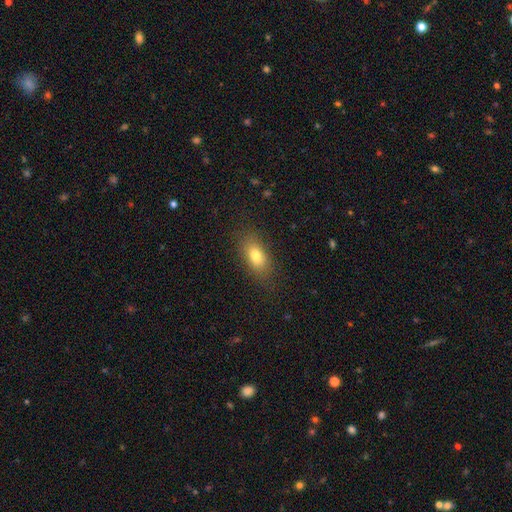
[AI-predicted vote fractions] smooth_or_featured: smooth (p=0.78) [alt: featured or disk p=0.13]
how_rounded: in between (p=0.83) [alt: round p=0.09]
merging: none (p=0.80) [alt: minor disturbance p=0.14]